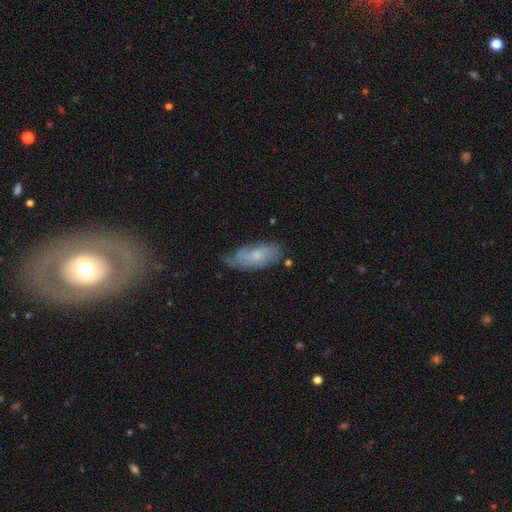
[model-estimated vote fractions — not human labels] This is possibly a featured or disk galaxy (47%). Merging: likely none (60%).